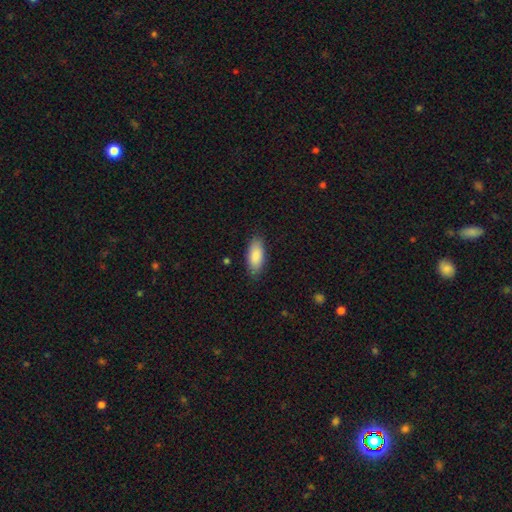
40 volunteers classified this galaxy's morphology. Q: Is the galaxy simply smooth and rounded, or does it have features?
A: smooth — 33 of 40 (82%).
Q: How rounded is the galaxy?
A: in between — 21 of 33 (64%).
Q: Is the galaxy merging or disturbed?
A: none — 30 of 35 (86%).